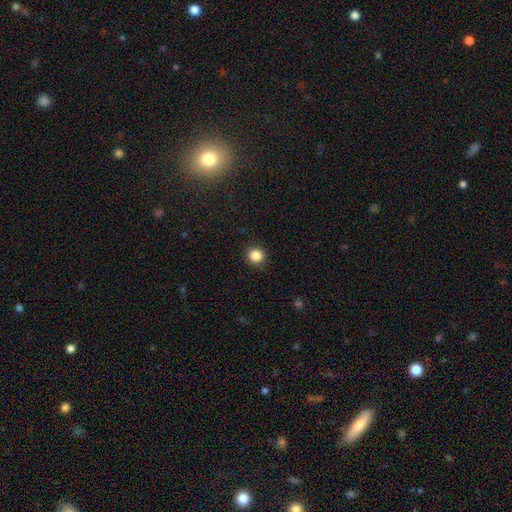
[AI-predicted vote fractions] smooth 86%, star or artifact 11%, featured or disk 3%. Down the decision tree: how rounded — round (94%); merging — none (92%).